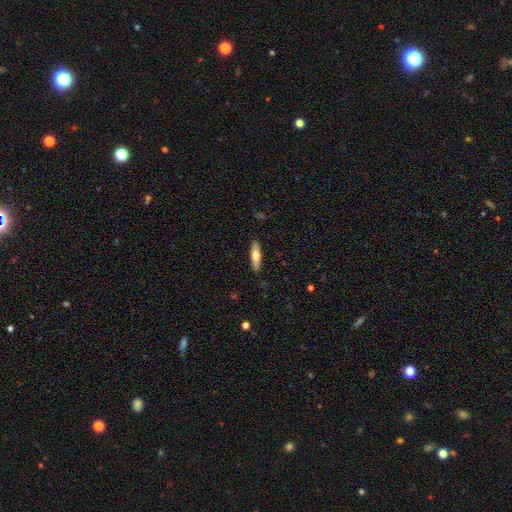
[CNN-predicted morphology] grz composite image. It shows a smooth galaxy with no disk features (59%) that is cigar-shaped (66%). Merging: none (89%).